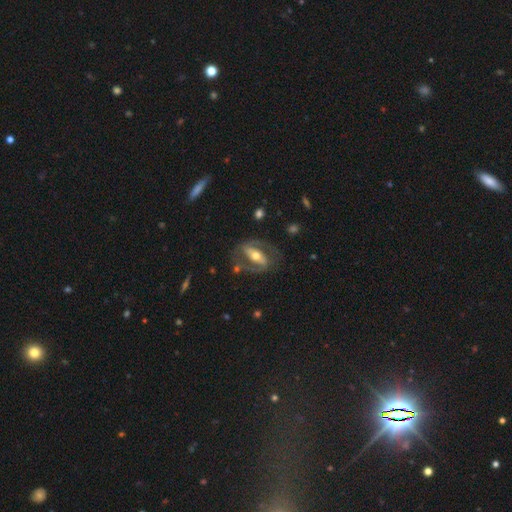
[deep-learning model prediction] featured or disk 78%, smooth 17%, star or artifact 5%. Down the decision tree: edge-on disk — no (90%); bar — strong (57%); spiral arms — yes (75%); spiral arm count — 2 (85%); spiral winding — medium (48%); bulge size — moderate (68%); merging — none (67%).